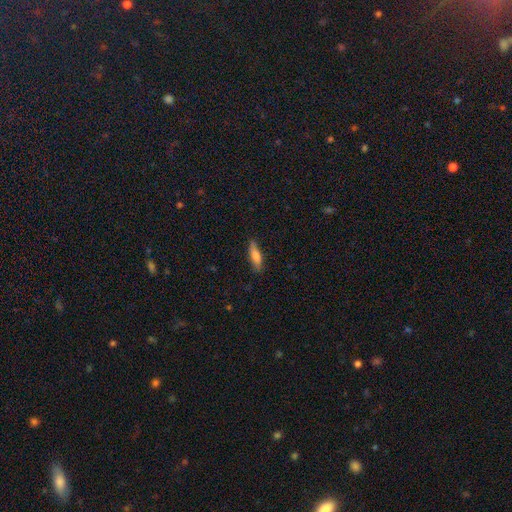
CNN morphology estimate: Smooth or featured? smooth (74%)
How rounded? cigar-shaped (63%)
Merging? none (81%)